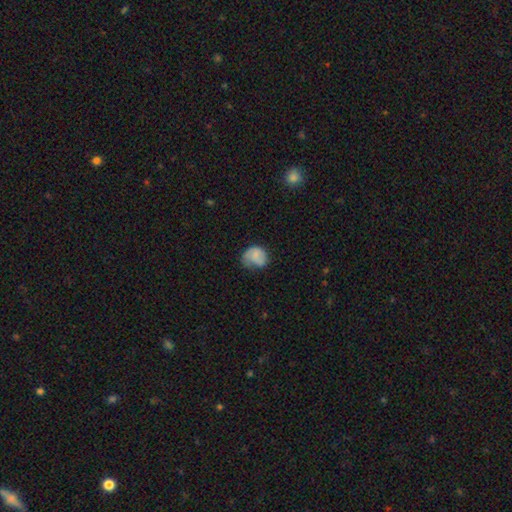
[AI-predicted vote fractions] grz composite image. It shows a smooth galaxy with no disk features (66%) that is round (60%). Merging: none (40%).